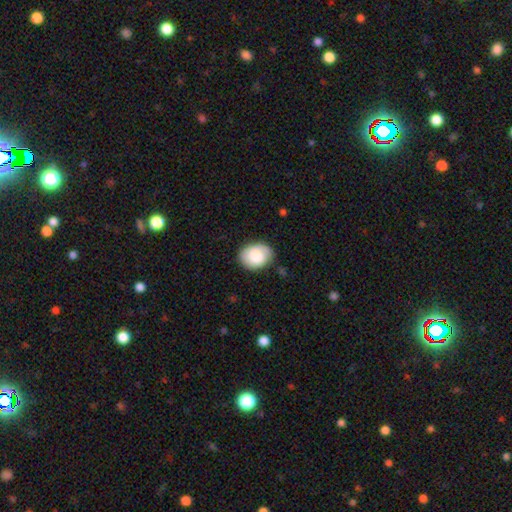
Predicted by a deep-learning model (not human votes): Smooth or featured? smooth (73%)
How rounded? in between (60%)
Merging? none (77%)